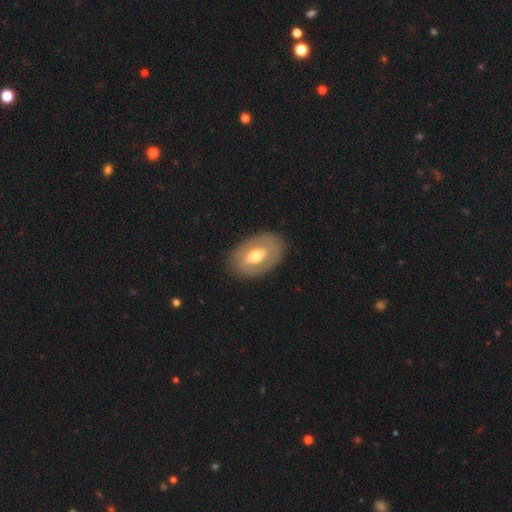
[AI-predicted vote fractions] Smooth or featured?
  - featured or disk: 56% *
  - smooth: 38%
  - star or artifact: 5%
Edge-on disk?
  - no: 92% *
  - yes: 8%
Bar?
  - no: 49% *
  - weak: 31%
  - strong: 20%
Spiral arms?
  - no: 78% *
  - yes: 22%
Bulge size?
  - moderate: 71% *
  - large: 15%
  - small: 12%
  - dominant: 1%
  - none: 1%
Merging?
  - none: 83% *
  - minor disturbance: 11%
  - major disturbance: 4%
  - merger: 1%